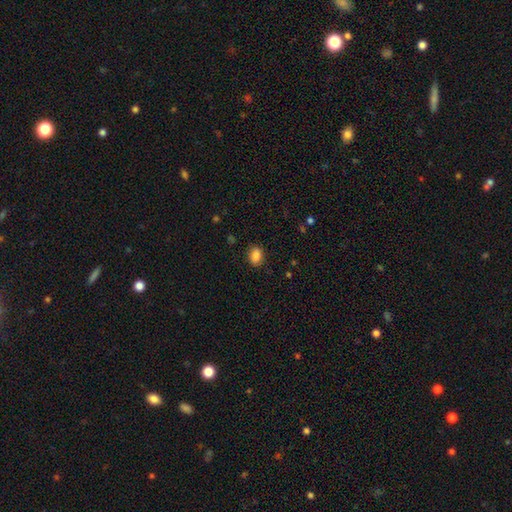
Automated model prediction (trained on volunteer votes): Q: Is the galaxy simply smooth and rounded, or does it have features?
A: smooth — 87%.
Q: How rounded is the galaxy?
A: in between — 72%.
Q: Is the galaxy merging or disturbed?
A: none — 84%.